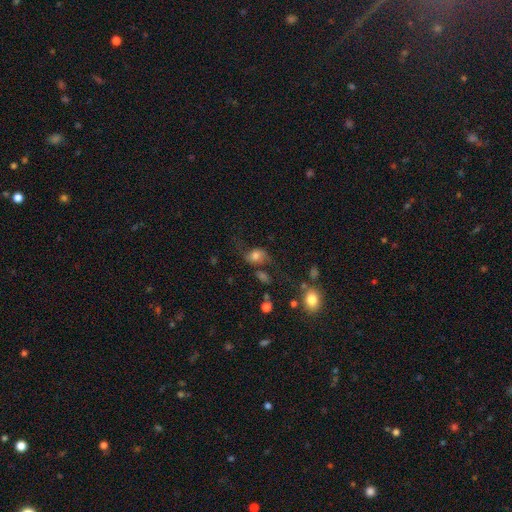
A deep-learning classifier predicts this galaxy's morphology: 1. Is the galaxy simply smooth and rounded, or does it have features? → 52% smooth, 37% featured or disk, 11% star or artifact.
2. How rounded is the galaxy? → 69% in between, 29% round, 2% cigar-shaped.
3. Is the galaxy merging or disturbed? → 48% none, 22% major disturbance, 21% minor disturbance, 8% merger.